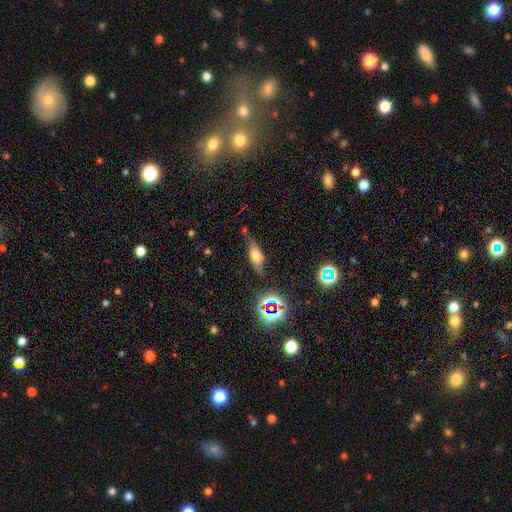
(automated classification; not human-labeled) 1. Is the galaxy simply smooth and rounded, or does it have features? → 46% smooth, 39% featured or disk, 15% star or artifact.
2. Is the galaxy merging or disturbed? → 59% none, 27% minor disturbance, 9% major disturbance, 5% merger.